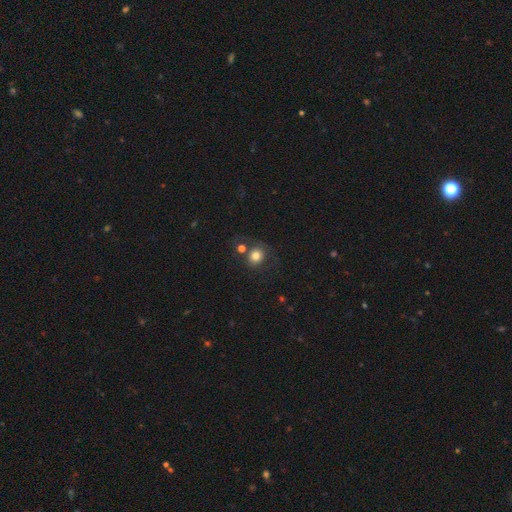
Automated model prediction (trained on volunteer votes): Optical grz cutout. It shows a smooth galaxy with no disk features (79%) that is round (82%). Merging: none (62%).